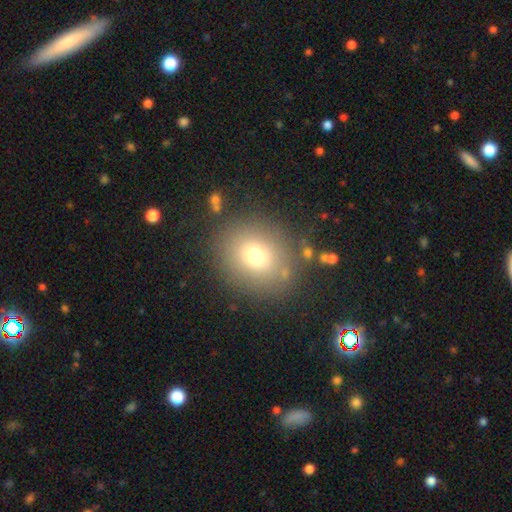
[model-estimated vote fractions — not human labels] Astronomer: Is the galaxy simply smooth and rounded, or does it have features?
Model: smooth — 70%.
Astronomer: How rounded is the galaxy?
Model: round — 78%.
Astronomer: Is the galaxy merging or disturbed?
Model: none — 82%.